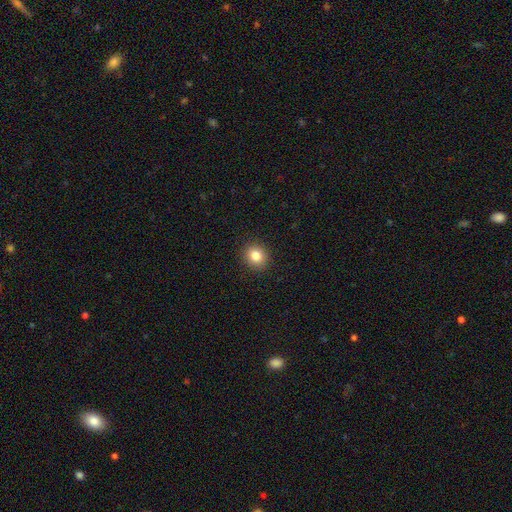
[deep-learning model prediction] Q: Smooth or featured?
A: smooth (83%); runner-up: star or artifact (11%)
Q: How rounded?
A: round (82%); runner-up: in between (17%)
Q: Merging?
A: none (91%); runner-up: minor disturbance (6%)